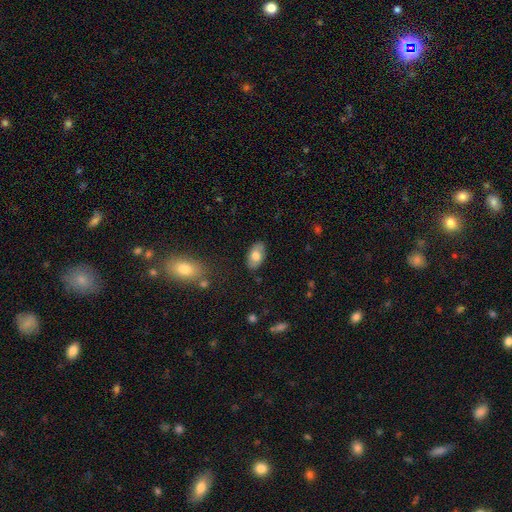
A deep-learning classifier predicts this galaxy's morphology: A smooth galaxy with no disk features (72%) that is in between round and cigar-shaped (94%).

Vote fractions:
- Smooth or featured? smooth: 72% / featured or disk: 21% / star or artifact: 7%
- How rounded? in between: 94% / round: 4% / cigar-shaped: 2%
- Merging? none: 85% / minor disturbance: 11% / major disturbance: 2% / merger: 1%